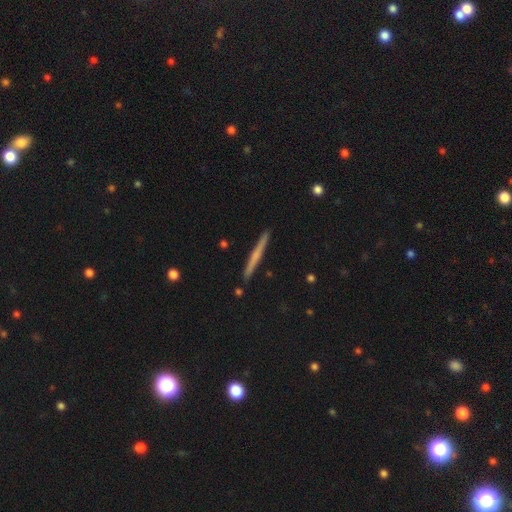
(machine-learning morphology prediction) Overall: smooth (48%; featured or disk 47%). Merging: none (91%).